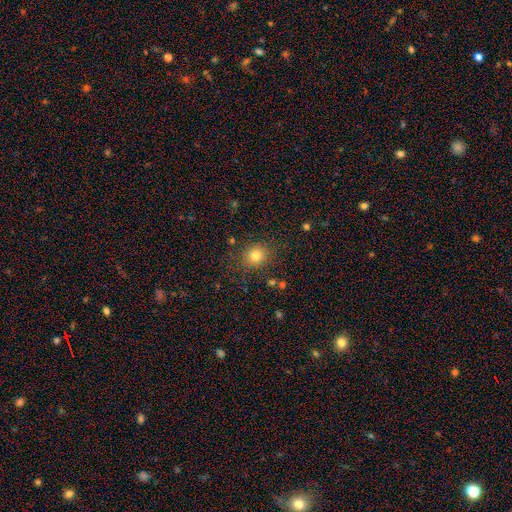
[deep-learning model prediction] Smooth or featured: smooth — 79% (star or artifact — 14%)
How rounded: round — 77% (in between — 22%)
Merging: none — 83% (minor disturbance — 10%)